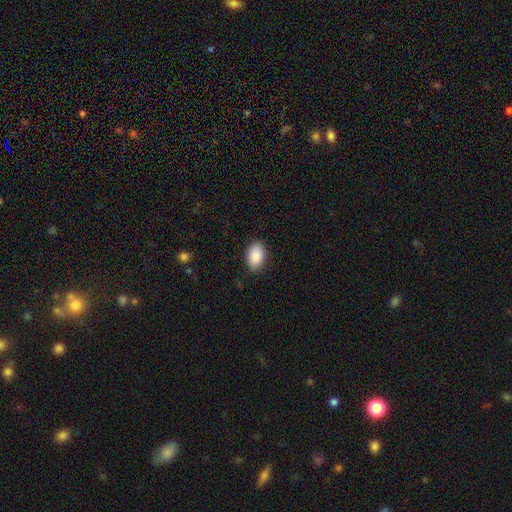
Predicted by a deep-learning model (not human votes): Smooth or featured: smooth — 90% (star or artifact — 7%)
How rounded: in between — 90% (round — 9%)
Merging: none — 87% (minor disturbance — 10%)